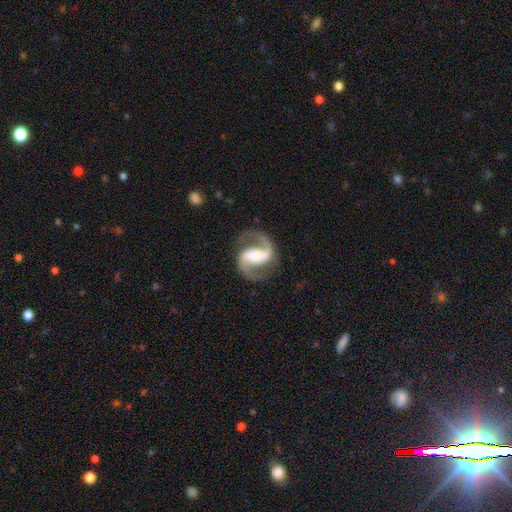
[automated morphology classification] smooth-or-featured: featured or disk: 92% | smooth: 4% | star or artifact: 4%
  disk-edge-on: no: 98% | yes: 2%
    bar: strong: 60% | weak: 28% | no: 12%
    has-spiral-arms: yes: 98% | no: 2%
      spiral-winding: medium: 61% | loose: 24% | tight: 15%
      spiral-arm-count: 2: 94% | 1: 1% | can't tell: 1% | 3: 1% | 4: 1% | more than 4: 1%
    bulge-size: moderate: 38% | large: 25% | small: 23% | none: 10% | dominant: 4%
  merging: none: 83% | minor disturbance: 10% | major disturbance: 6% | merger: 1%